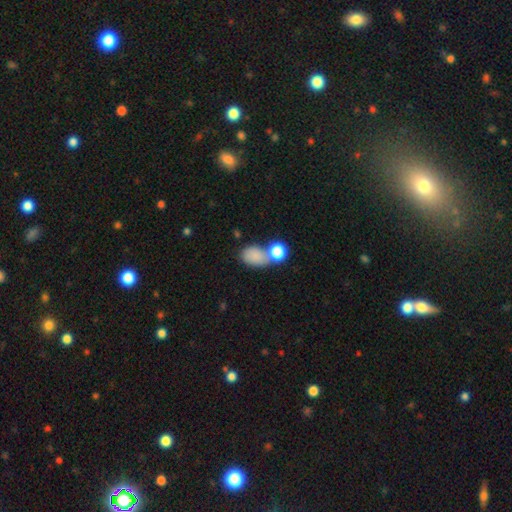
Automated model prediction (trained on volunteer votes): The model was most divided on "merging": none: 39%, merger: 35%, minor disturbance: 16%, major disturbance: 9%. More confident: how rounded — in between (81%); smooth or featured — smooth (81%).